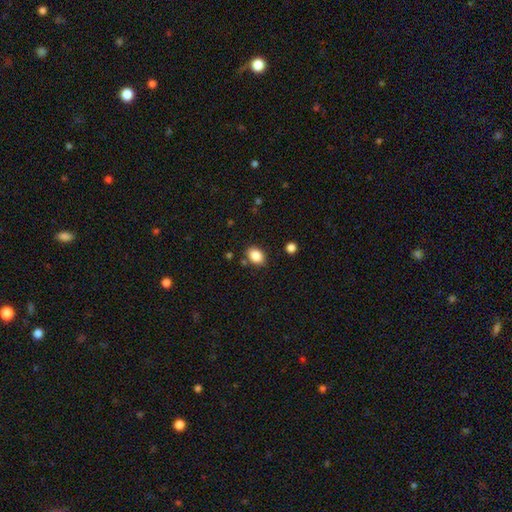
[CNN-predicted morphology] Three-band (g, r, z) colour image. It shows a smooth galaxy with no disk features (86%) that is in between round and cigar-shaped (73%). Merging: none (82%).